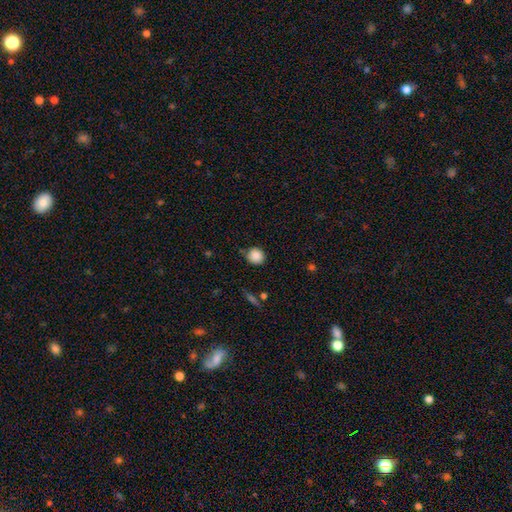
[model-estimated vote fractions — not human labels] Smooth or featured? Predicted: smooth (p=0.87). How rounded? Predicted: round (p=0.89). Merging? Predicted: none (p=0.79).